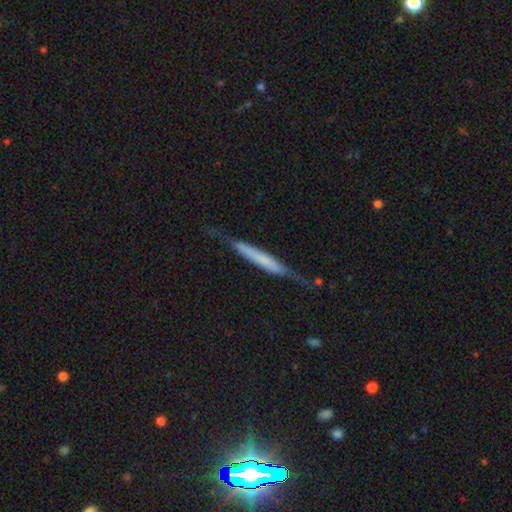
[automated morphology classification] type=featured or disk (50%); merging=none (65%).